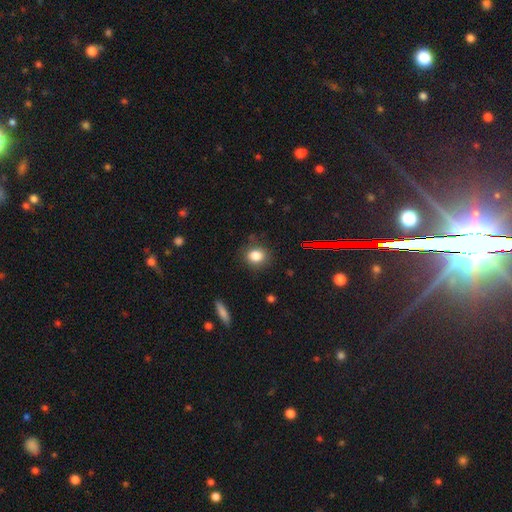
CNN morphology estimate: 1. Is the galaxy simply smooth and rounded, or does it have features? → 82% smooth, 11% star or artifact, 6% featured or disk.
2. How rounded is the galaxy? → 63% round, 35% in between, 1% cigar-shaped.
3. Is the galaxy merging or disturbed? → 83% none, 12% minor disturbance, 3% major disturbance, 2% merger.